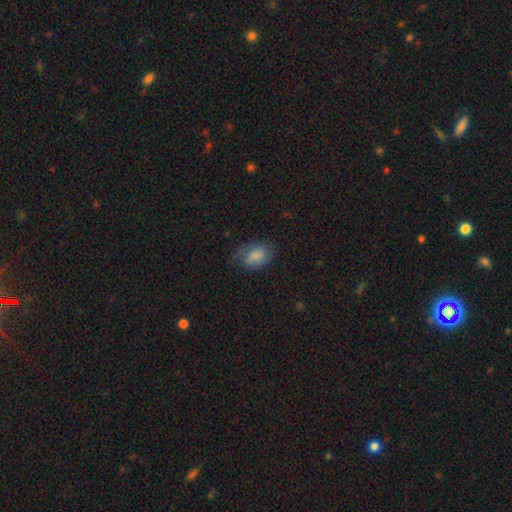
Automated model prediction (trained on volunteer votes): Smooth or featured? smooth (79%)
How rounded? in between (83%)
Merging? none (56%)